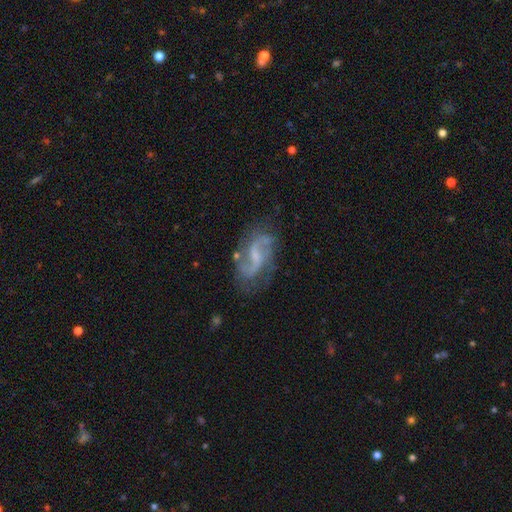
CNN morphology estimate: Smooth or featured: featured or disk — 86% (smooth — 8%)
Edge-on disk: no — 97% (yes — 3%)
Bar: weak — 54% (no — 29%)
Spiral arms: yes — 95% (no — 5%)
Spiral winding: loose — 50% (medium — 40%)
Spiral arm count: 2 — 89% (can't tell — 4%)
Bulge size: small — 48% (none — 28%)
Merging: none — 72% (minor disturbance — 17%)